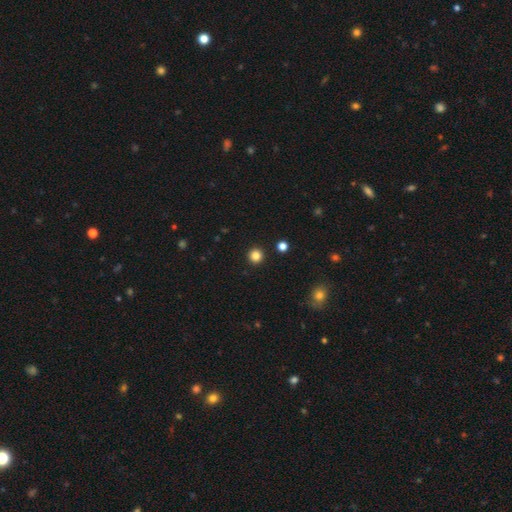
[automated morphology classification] Smooth or featured: smooth — 84% (star or artifact — 12%)
How rounded: round — 95% (in between — 4%)
Merging: none — 93% (minor disturbance — 4%)